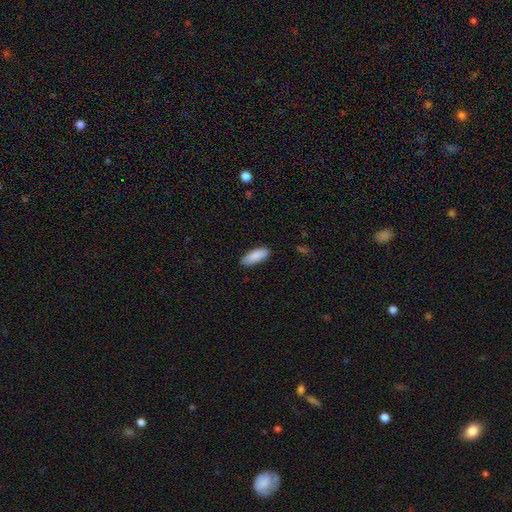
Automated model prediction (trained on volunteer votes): Morphology: type=smooth (89%); roundness=in between (72%); merging=none (87%).